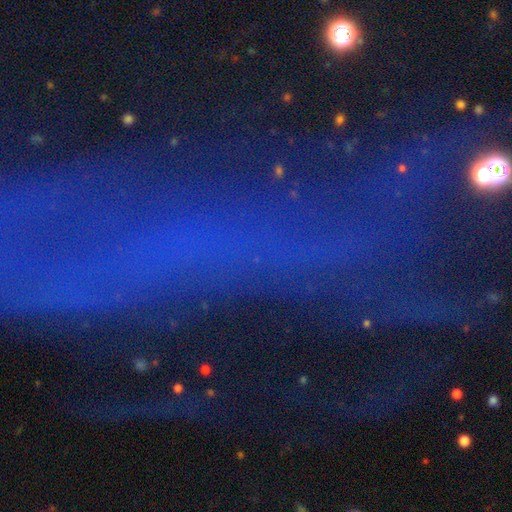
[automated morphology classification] type=star or artifact (62%).